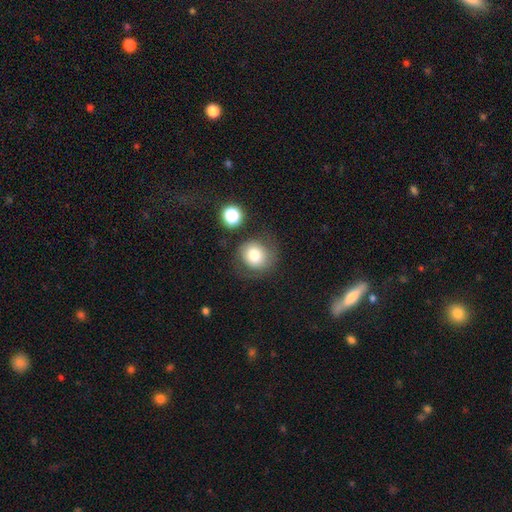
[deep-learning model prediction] Smooth or featured: smooth — 68% (featured or disk — 20%)
How rounded: round — 84% (in between — 15%)
Merging: none — 72% (minor disturbance — 15%)